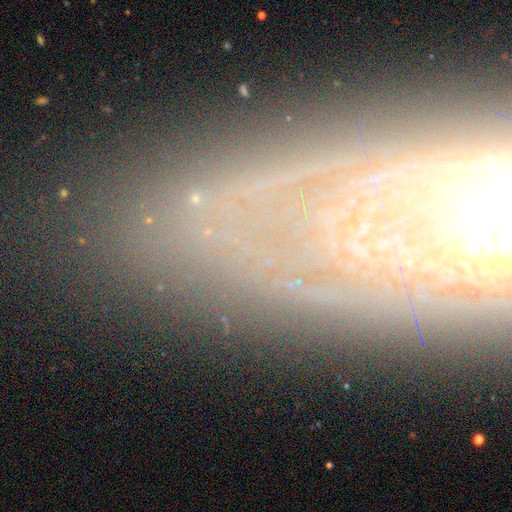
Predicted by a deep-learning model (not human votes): smooth_or_featured: featured or disk (p=0.43) [alt: star or artifact p=0.38]
merging: none (p=0.79) [alt: minor disturbance p=0.12]